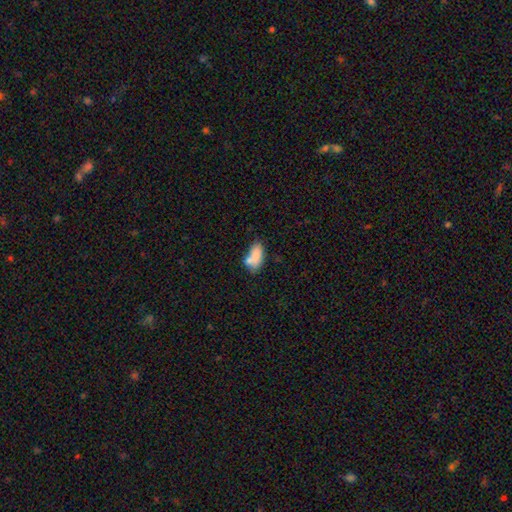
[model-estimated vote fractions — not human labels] Overall: smooth (80%). How rounded: in between (88%). Merging: none (46%; merger 27%).